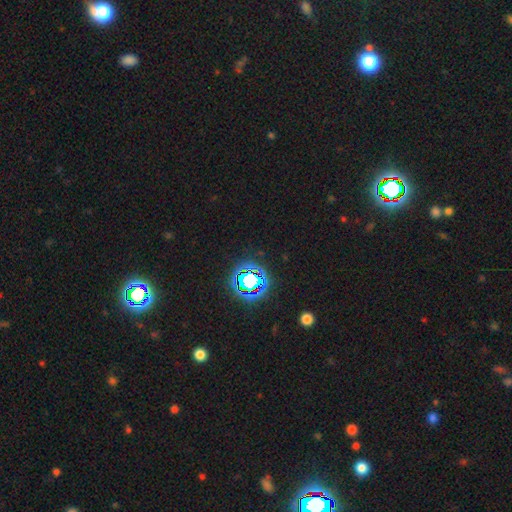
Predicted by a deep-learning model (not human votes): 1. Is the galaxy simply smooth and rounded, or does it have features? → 82% star or artifact, 12% smooth, 7% featured or disk.